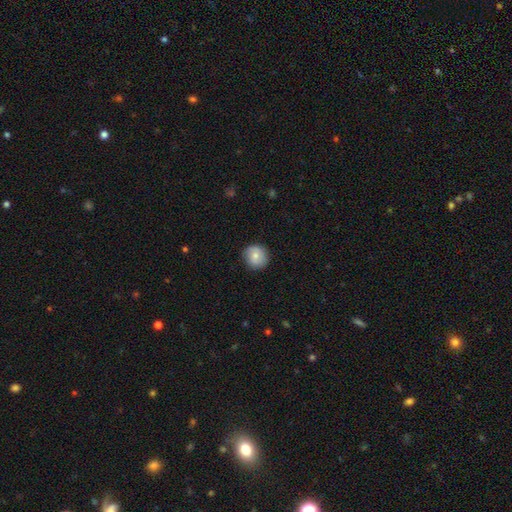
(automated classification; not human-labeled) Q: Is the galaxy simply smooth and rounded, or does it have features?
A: smooth — 76%.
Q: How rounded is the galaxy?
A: round — 89%.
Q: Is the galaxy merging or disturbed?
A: none — 84%.